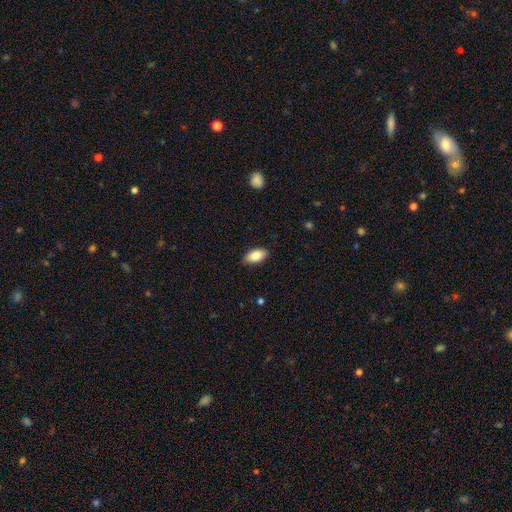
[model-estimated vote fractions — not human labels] This is clearly a smooth galaxy (86%). How rounded: clearly in between (93%). Merging: clearly none (85%).